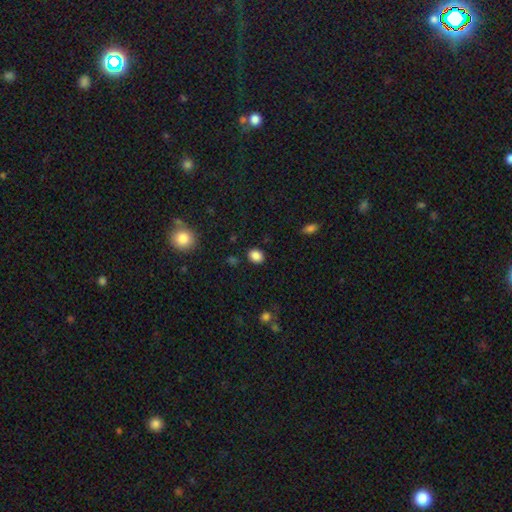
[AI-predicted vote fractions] Q: Smooth or featured?
A: smooth (86%); runner-up: star or artifact (10%)
Q: How rounded?
A: in between (53%); runner-up: round (46%)
Q: Merging?
A: none (85%); runner-up: minor disturbance (10%)